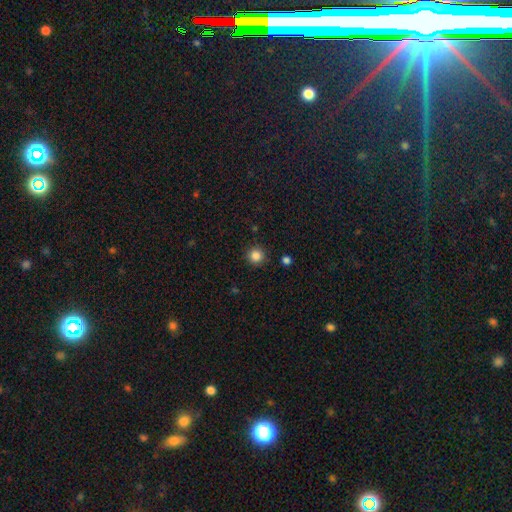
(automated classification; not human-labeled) smooth 85%, star or artifact 12%, featured or disk 4%. Down the decision tree: how rounded — round (95%); merging — none (90%).